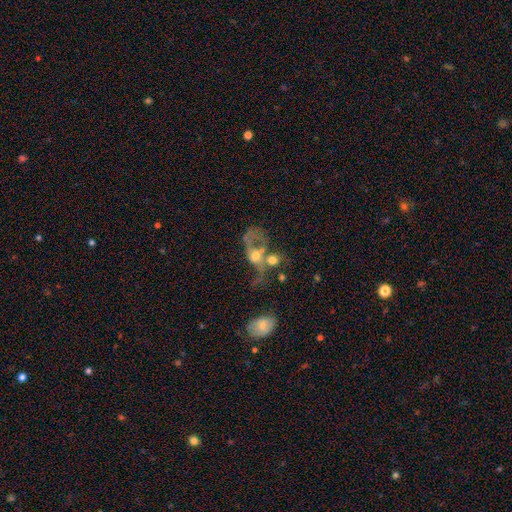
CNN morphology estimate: smooth_or_featured: featured or disk (p=0.53) [alt: smooth p=0.35]
disk_edge_on: no (p=0.95) [alt: yes p=0.05]
bar: no (p=0.78) [alt: weak p=0.17]
has_spiral_arms: no (p=0.50) [tied with: yes p=0.50]
bulge_size: moderate (p=0.53) [alt: small p=0.21]
merging: merger (p=0.53) [alt: major disturbance p=0.25]